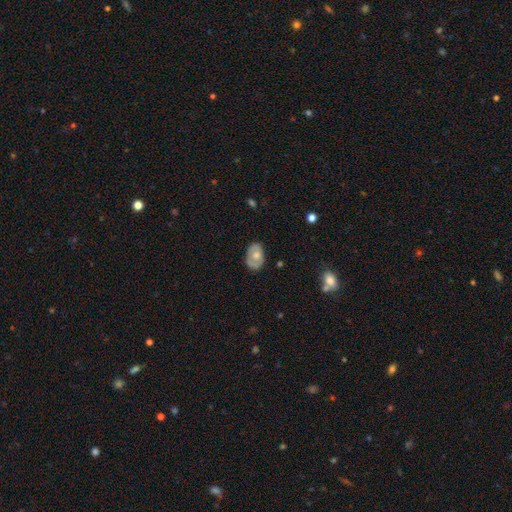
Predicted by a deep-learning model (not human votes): Smooth or featured: smooth — 54% (featured or disk — 40%)
How rounded: in between — 82% (round — 17%)
Merging: none — 76% (minor disturbance — 18%)